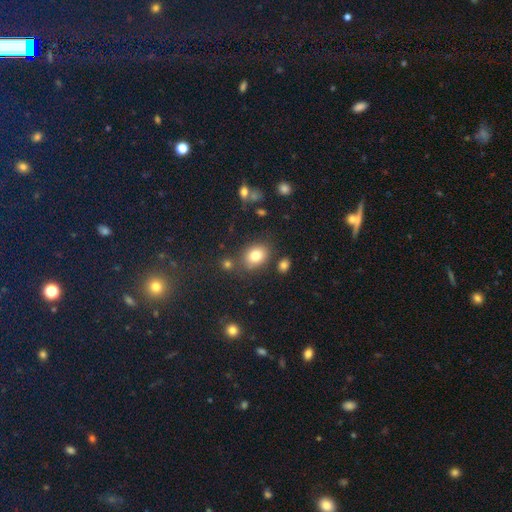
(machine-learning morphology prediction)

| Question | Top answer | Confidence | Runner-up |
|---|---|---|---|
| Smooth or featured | smooth | 80% | star or artifact (11%) |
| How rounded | in between | 58% | round (41%) |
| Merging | none | 76% | minor disturbance (13%) |